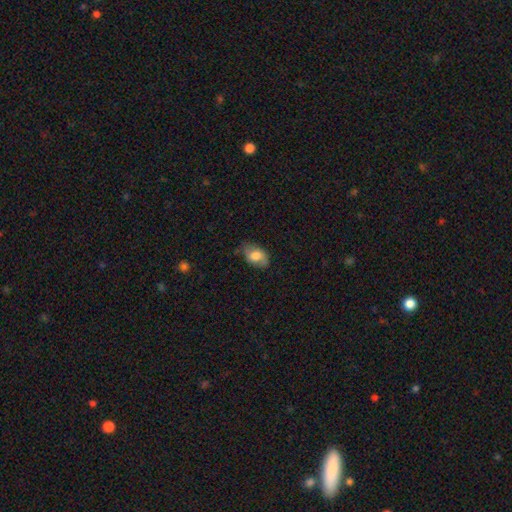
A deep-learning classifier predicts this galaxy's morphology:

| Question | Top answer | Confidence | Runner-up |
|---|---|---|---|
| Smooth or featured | smooth | 73% | featured or disk (20%) |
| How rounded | in between | 87% | round (11%) |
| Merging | none | 66% | minor disturbance (26%) |